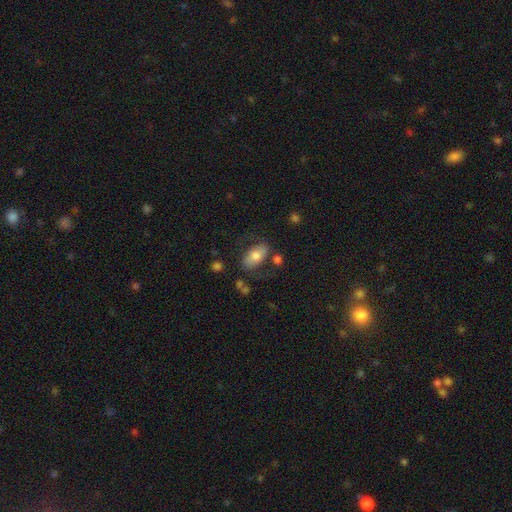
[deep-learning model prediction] Smooth or featured: smooth — 69% (featured or disk — 24%)
How rounded: in between — 91% (round — 5%)
Merging: none — 68% (minor disturbance — 17%)